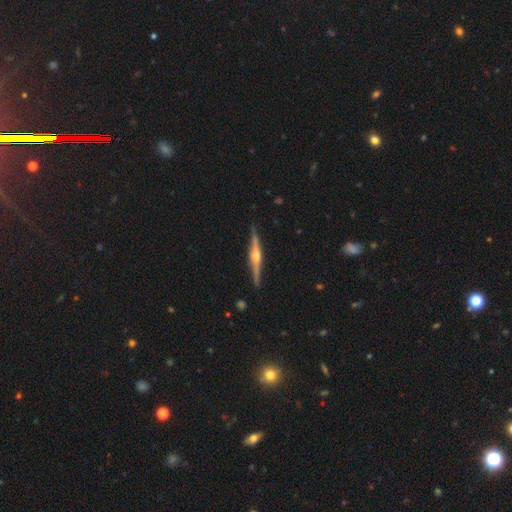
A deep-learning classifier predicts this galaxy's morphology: smooth_or_featured: featured or disk (p=0.84) [alt: smooth p=0.11]
disk_edge_on: yes (p=0.98) [alt: no p=0.02]
edge_on_bulge: rounded (p=0.93) [alt: boxy p=0.04]
merging: none (p=0.90) [alt: minor disturbance p=0.07]